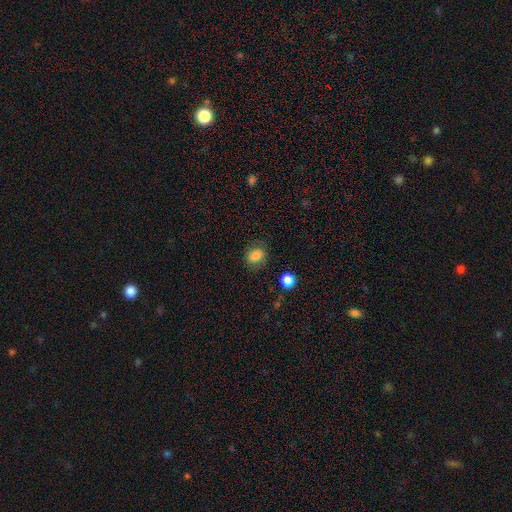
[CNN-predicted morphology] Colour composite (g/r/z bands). It shows a smooth galaxy with no disk features (81%) that is in between round and cigar-shaped (51%). Merging: none (77%).